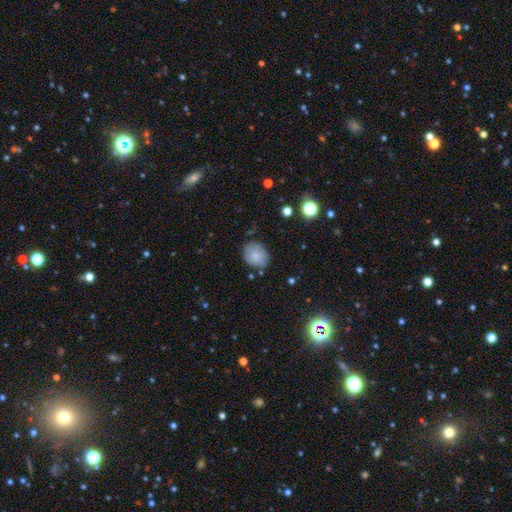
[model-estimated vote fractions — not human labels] The model was most divided on "how rounded": round: 53%, in between: 46%, cigar-shaped: 1%. More confident: smooth or featured — smooth (81%); merging — none (75%).